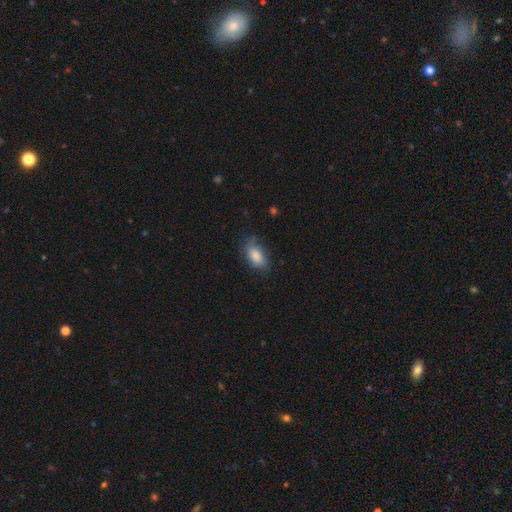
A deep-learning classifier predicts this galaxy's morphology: Smooth or featured? smooth (84%)
How rounded? in between (90%)
Merging? none (71%)